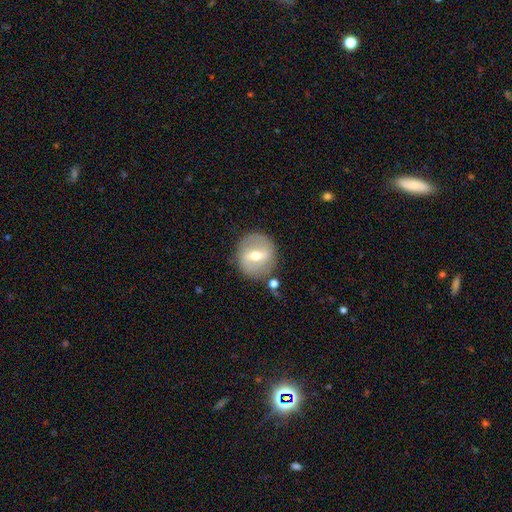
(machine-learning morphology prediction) Smooth or featured?
  - featured or disk: 56% *
  - smooth: 37%
  - star or artifact: 7%
Edge-on disk?
  - no: 91% *
  - yes: 9%
Bar?
  - strong: 45% *
  - weak: 42%
  - no: 13%
Spiral arms?
  - no: 58% *
  - yes: 42%
Bulge size?
  - moderate: 71% *
  - small: 19%
  - large: 8%
  - none: 1%
  - dominant: 1%
Merging?
  - none: 81% *
  - minor disturbance: 11%
  - major disturbance: 4%
  - merger: 4%